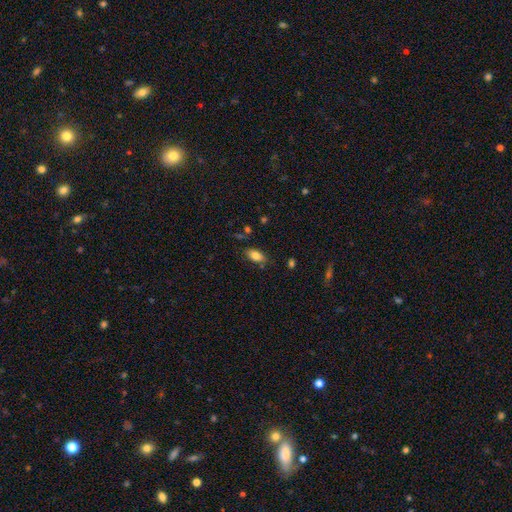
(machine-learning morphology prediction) The model was most divided on "merging": none: 77%, minor disturbance: 15%, merger: 4%, major disturbance: 4%. More confident: how rounded — in between (91%); smooth or featured — smooth (81%).